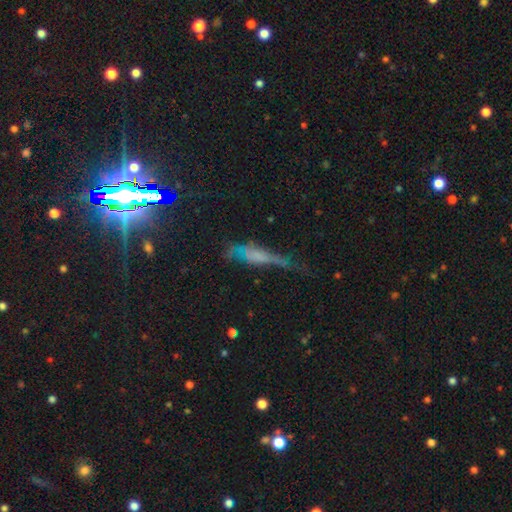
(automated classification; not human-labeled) smooth_or_featured: featured or disk (p=0.45) [alt: smooth p=0.39]
merging: major disturbance (p=0.33) [tied with: none p=0.33]